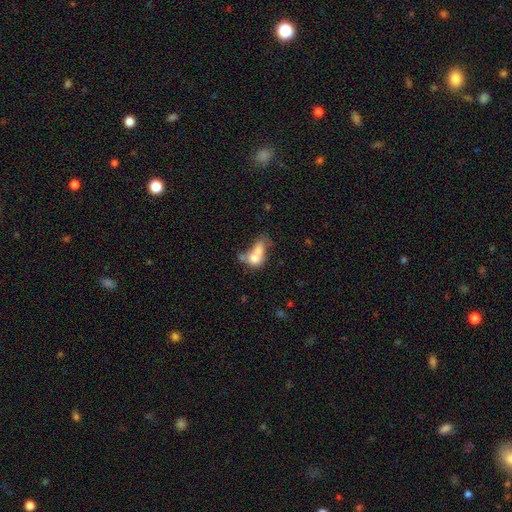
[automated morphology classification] A smooth galaxy with no disk features (66%) that is in between round and cigar-shaped (67%).

Vote fractions:
- Smooth or featured? smooth: 66% / featured or disk: 24% / star or artifact: 10%
- How rounded? in between: 67% / round: 28% / cigar-shaped: 5%
- Merging? merger: 64% / none: 15% / major disturbance: 12% / minor disturbance: 9%